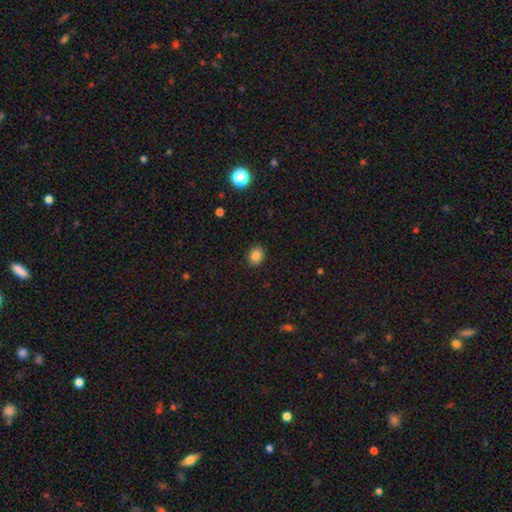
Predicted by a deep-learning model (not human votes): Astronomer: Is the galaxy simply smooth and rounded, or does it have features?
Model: smooth — 84%.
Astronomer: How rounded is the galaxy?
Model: round — 58% (runner-up: in between, 41%).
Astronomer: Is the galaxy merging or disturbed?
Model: none — 89%.